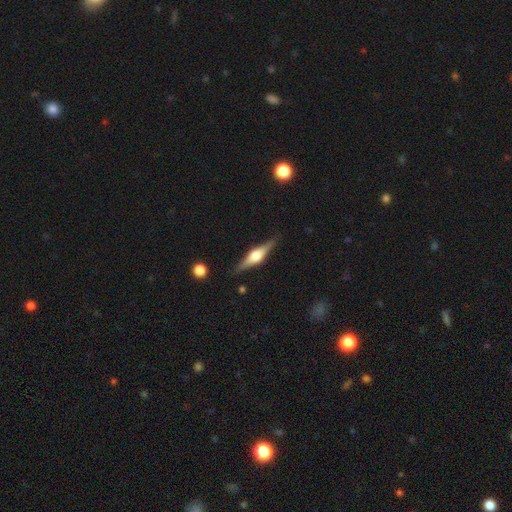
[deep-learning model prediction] featured or disk 77%, smooth 18%, star or artifact 6%. Down the decision tree: edge-on disk — yes (97%); edge-on bulge — rounded (91%); merging — none (88%).